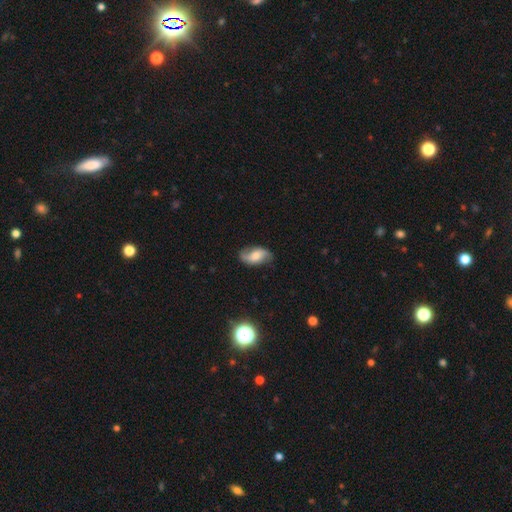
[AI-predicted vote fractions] Smooth or featured? featured or disk (62%)
Edge-on disk? no (95%)
Bar? no (50%)
Spiral arms? yes (91%)
Spiral winding? loose (63%)
Spiral arm count? 2 (87%)
Bulge size? moderate (51%)
Merging? none (75%)